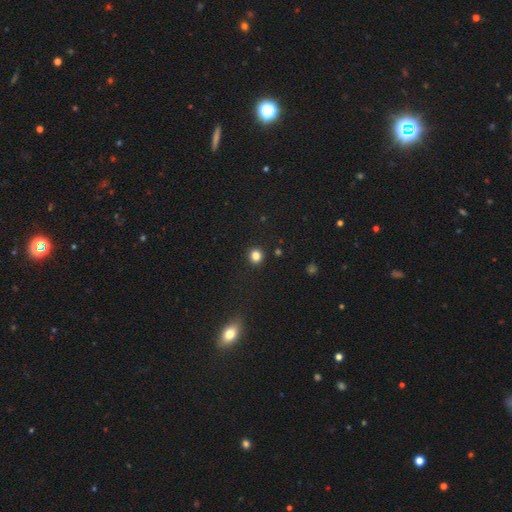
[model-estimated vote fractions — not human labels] smooth 82%, star or artifact 13%, featured or disk 4%. Down the decision tree: how rounded — round (90%); merging — none (92%).